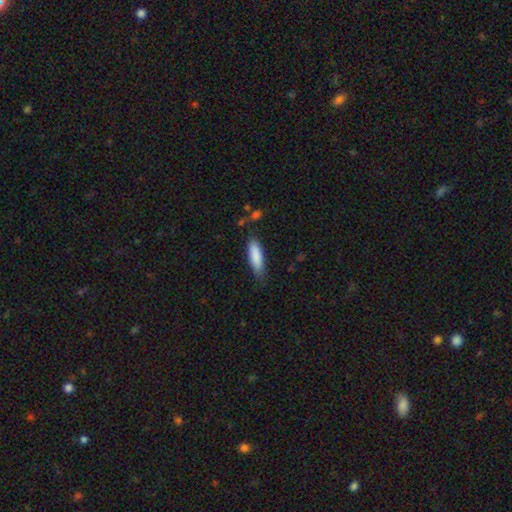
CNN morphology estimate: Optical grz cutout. It shows a smooth galaxy with no disk features (86%) that is cigar-shaped (57%). Merging: none (77%).